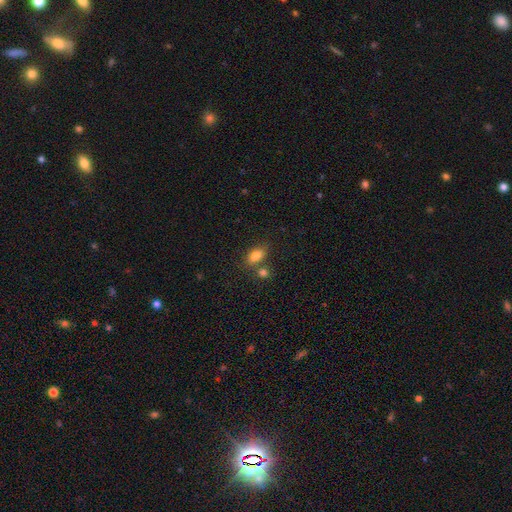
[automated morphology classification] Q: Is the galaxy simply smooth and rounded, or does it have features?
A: smooth — 82%.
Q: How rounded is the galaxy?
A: in between — 84%.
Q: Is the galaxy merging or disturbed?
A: none — 61%.